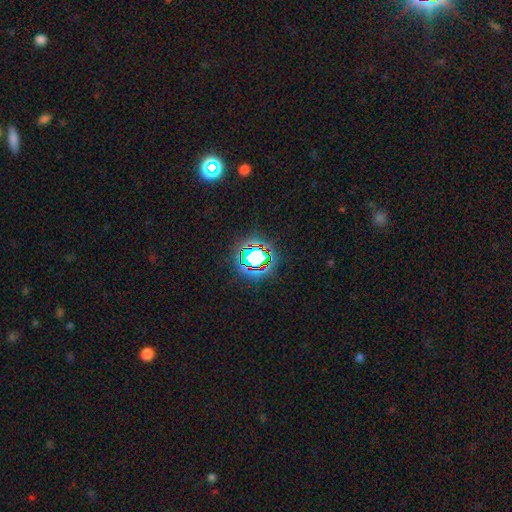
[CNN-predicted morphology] Smooth or featured? Predicted: star or artifact (p=0.63).